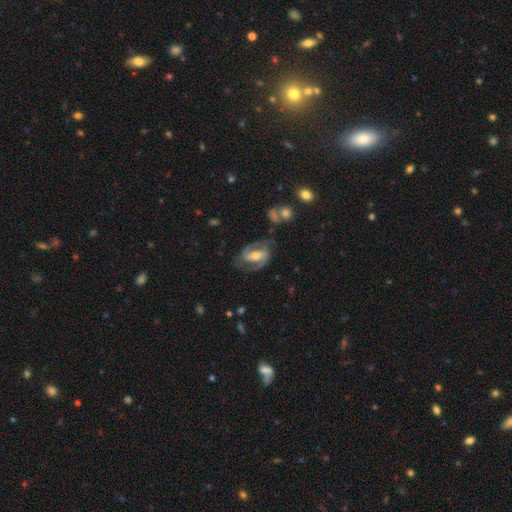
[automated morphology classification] Smooth or featured? Predicted: featured or disk (p=0.85). Edge-on disk? Predicted: no (p=0.97). Bar? Predicted: strong (p=0.40). Spiral arms? Predicted: yes (p=0.94). Spiral winding? Predicted: medium (p=0.55). Spiral arm count? Predicted: 2 (p=0.90). Bulge size? Predicted: moderate (p=0.60). Merging? Predicted: none (p=0.73).